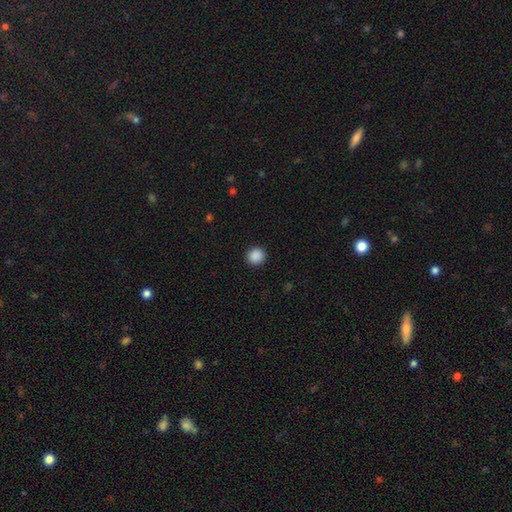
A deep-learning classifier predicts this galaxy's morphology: This is clearly a smooth galaxy (89%). How rounded: clearly round (93%). Merging: clearly none (92%).